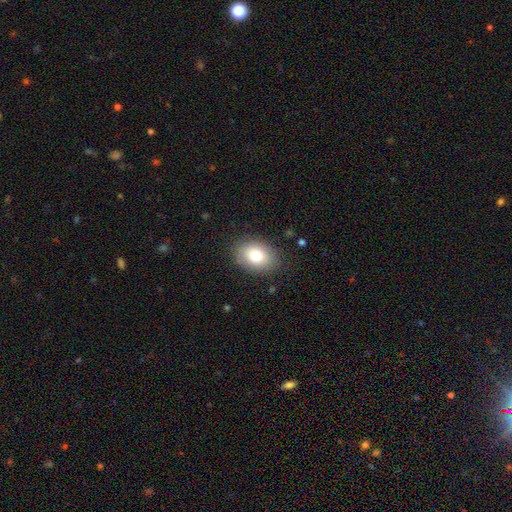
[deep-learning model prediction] smooth 81%, featured or disk 11%, star or artifact 8%. Down the decision tree: how rounded — in between (72%); merging — none (85%).